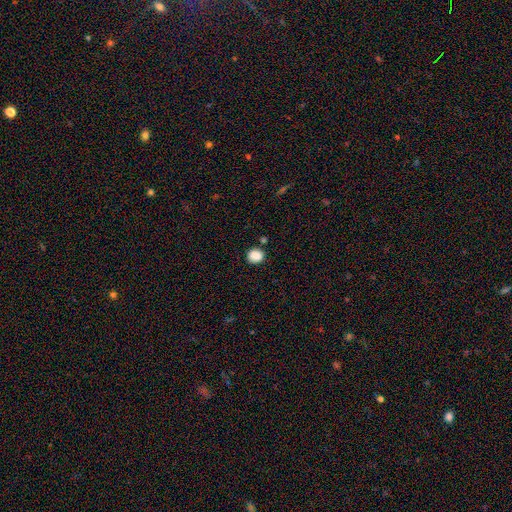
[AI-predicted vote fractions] The model was most divided on "how rounded": round: 80%, in between: 19%, cigar-shaped: 1%. More confident: smooth or featured — smooth (87%); merging — none (83%).